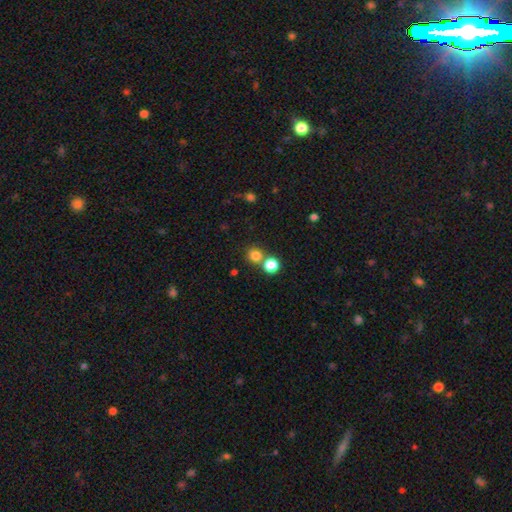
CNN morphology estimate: A smooth galaxy with no disk features (80%) that is round (90%).

Vote fractions:
- Smooth or featured? smooth: 80% / star or artifact: 15% / featured or disk: 6%
- How rounded? round: 90% / in between: 9% / cigar-shaped: 1%
- Merging? none: 67% / merger: 24% / minor disturbance: 6% / major disturbance: 3%